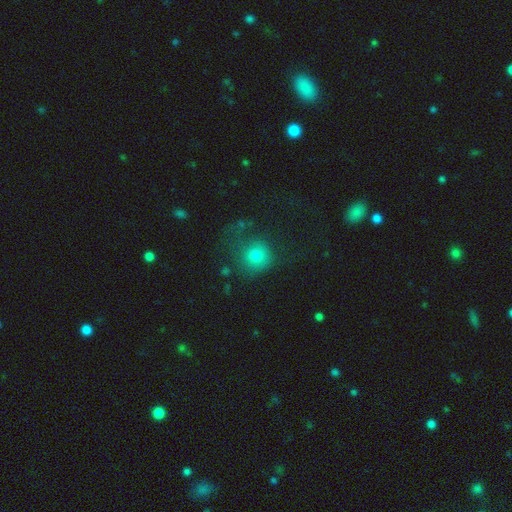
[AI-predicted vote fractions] smooth 71%, star or artifact 15%, featured or disk 14%. Down the decision tree: how rounded — round (87%); merging — none (52%).